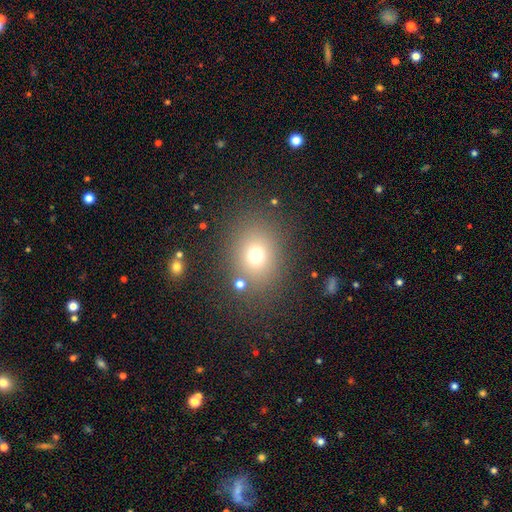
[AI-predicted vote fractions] smooth-or-featured: smooth: 70% | star or artifact: 19% | featured or disk: 11%
  how-rounded: round: 60% | in between: 39% | cigar-shaped: 1%
  merging: none: 80% | minor disturbance: 10% | major disturbance: 5% | merger: 5%